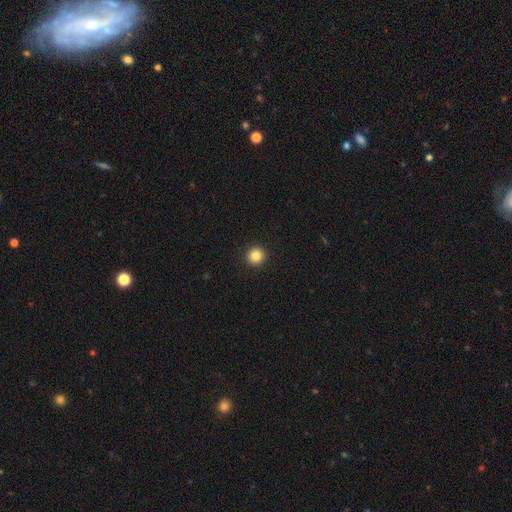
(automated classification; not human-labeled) smooth-or-featured: smooth: 84% | star or artifact: 11% | featured or disk: 5%
  how-rounded: round: 96% | in between: 3% | cigar-shaped: 1%
  merging: none: 94% | minor disturbance: 4% | major disturbance: 1% | merger: 1%